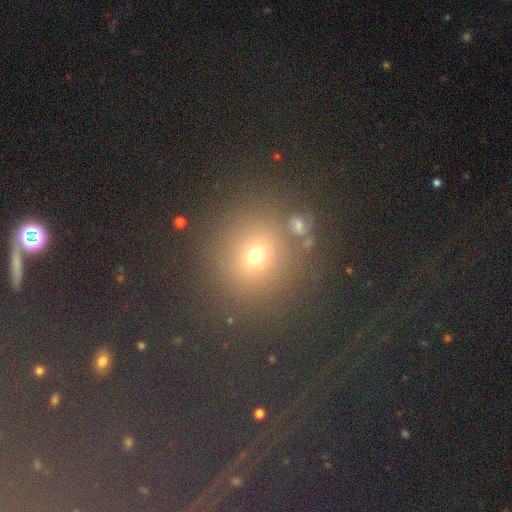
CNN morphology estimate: Overall: smooth (66%). How rounded: round (86%). Merging: none (78%).